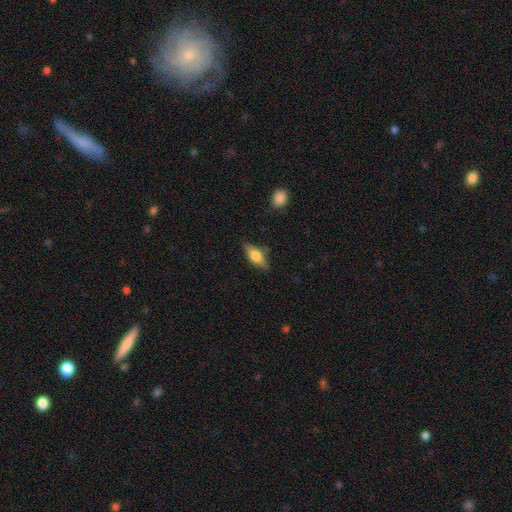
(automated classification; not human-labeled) A smooth galaxy with no disk features (71%) that is in between round and cigar-shaped (79%). Merging: none (78%).